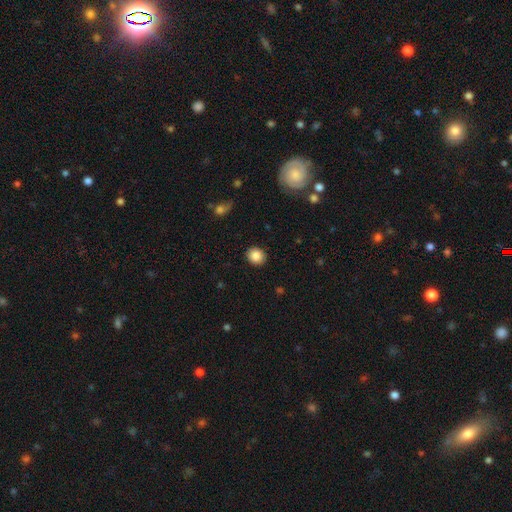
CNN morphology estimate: A smooth galaxy with no disk features (86%) that is round (77%). Merging: none (90%).